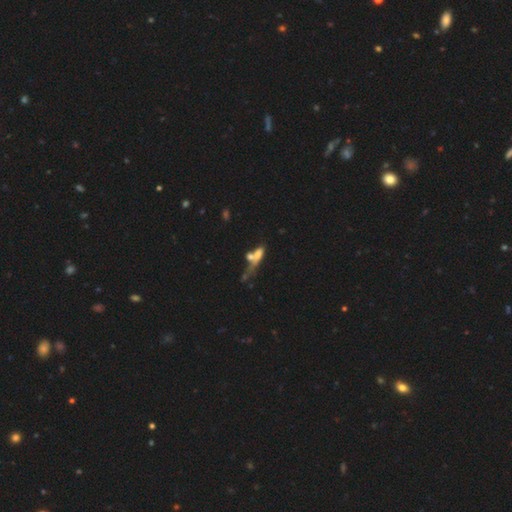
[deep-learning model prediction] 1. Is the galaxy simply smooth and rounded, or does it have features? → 50% smooth, 35% featured or disk, 15% star or artifact.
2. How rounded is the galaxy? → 46% in between, 45% cigar-shaped, 10% round.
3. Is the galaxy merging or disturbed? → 45% merger, 22% none, 20% major disturbance, 13% minor disturbance.